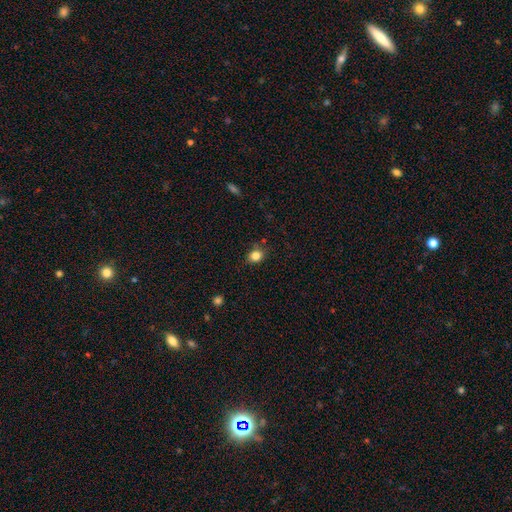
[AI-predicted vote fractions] Smooth or featured? smooth (83%)
How rounded? round (57%)
Merging? none (77%)